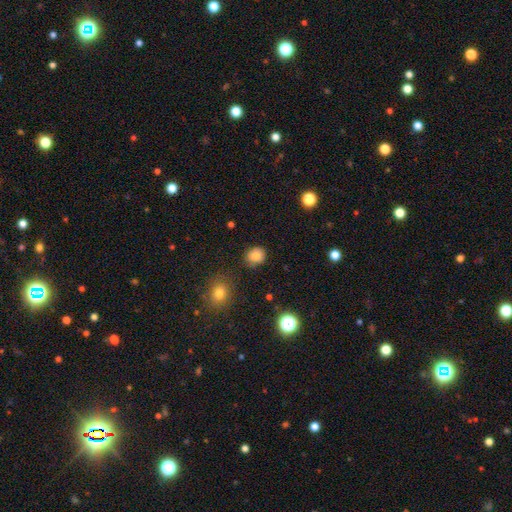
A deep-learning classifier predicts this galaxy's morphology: Smooth or featured? smooth (84%)
How rounded? round (72%)
Merging? none (83%)